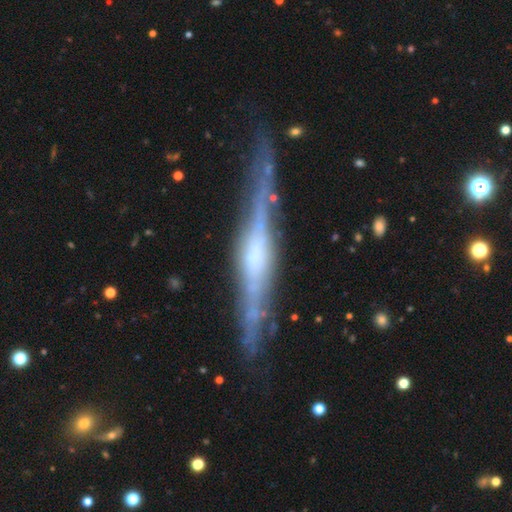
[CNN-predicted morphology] This appears to be a featured or disk galaxy (82%) viewed edge-on (95%) with a rounded central bulge (48%). Merging: none (78%).